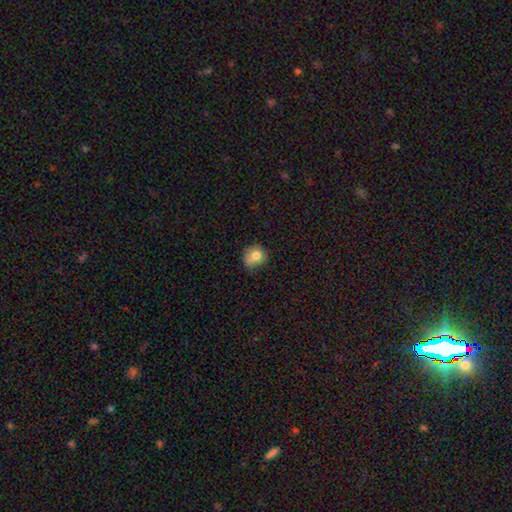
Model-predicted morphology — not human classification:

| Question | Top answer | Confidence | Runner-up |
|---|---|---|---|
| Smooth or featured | smooth | 79% | featured or disk (11%) |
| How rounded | round | 74% | in between (25%) |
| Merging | none | 64% | minor disturbance (27%) |